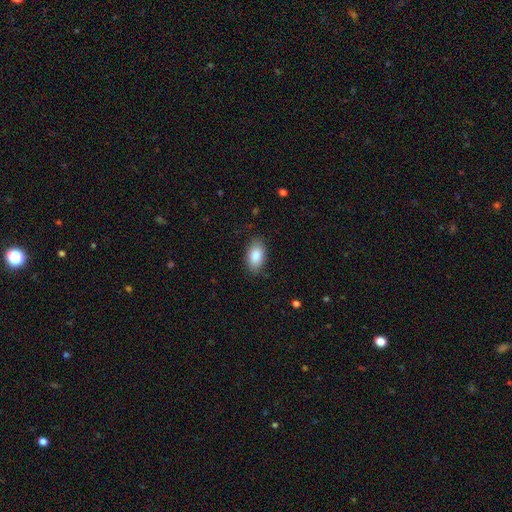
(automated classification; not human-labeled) Smooth or featured? Predicted: smooth (p=0.88). How rounded? Predicted: in between (p=0.93). Merging? Predicted: none (p=0.83).